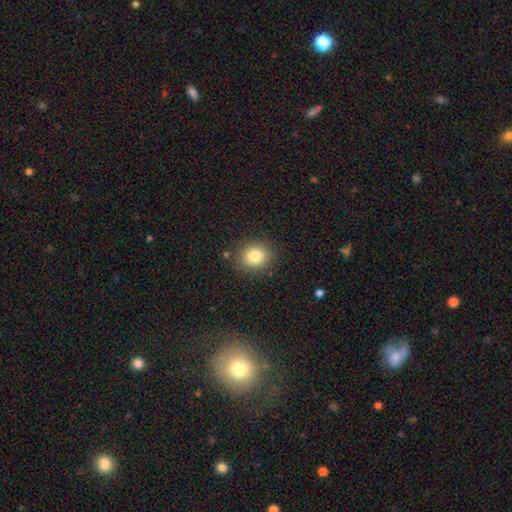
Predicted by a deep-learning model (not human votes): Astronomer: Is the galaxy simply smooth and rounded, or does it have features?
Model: smooth — 83%.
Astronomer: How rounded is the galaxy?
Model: round — 68%.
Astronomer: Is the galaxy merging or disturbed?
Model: none — 85%.